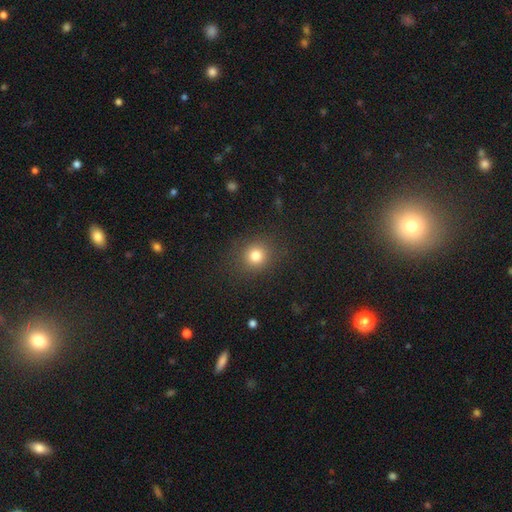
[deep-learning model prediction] This is clearly a smooth galaxy (80%). How rounded: clearly round (83%). Merging: clearly none (86%).